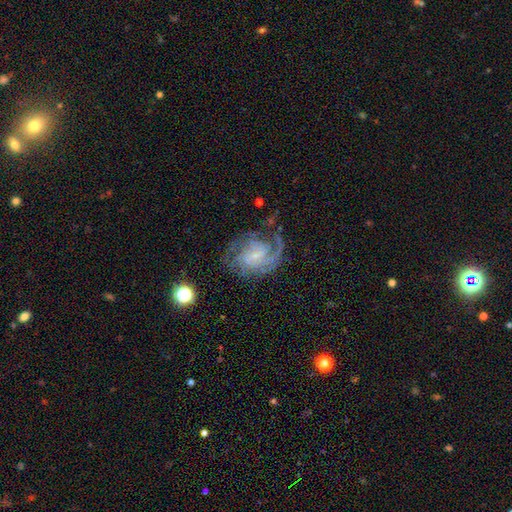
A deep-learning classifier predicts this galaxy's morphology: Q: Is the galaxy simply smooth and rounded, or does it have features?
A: featured or disk — 86%.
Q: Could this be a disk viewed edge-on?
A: no — 98%.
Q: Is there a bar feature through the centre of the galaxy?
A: weak — 49%.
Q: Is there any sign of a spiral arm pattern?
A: yes — 96%.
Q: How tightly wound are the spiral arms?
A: tight — 48%.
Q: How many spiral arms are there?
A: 2 — 29%.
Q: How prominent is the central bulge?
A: small — 68%.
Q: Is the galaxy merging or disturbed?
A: none — 62%.